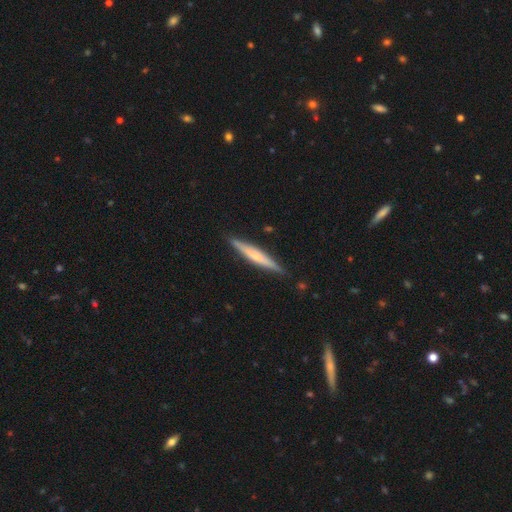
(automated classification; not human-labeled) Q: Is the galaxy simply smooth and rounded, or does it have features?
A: featured or disk — 56%.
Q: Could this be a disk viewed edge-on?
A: yes — 97%.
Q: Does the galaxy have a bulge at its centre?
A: rounded — 59%.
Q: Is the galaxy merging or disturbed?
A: none — 89%.